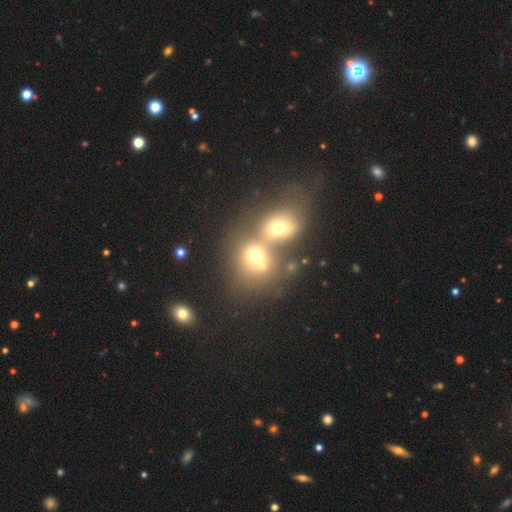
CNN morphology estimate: The model was most divided on "how rounded": round: 67%, in between: 32%, cigar-shaped: 1%. More confident: merging — merger (67%); smooth or featured — smooth (60%).